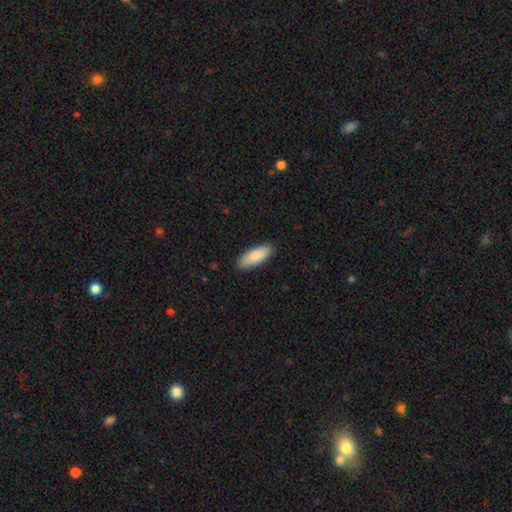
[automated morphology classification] A smooth galaxy with no disk features (89%) that is in between round and cigar-shaped (74%).

Vote fractions:
- Smooth or featured? smooth: 89% / featured or disk: 6% / star or artifact: 5%
- How rounded? in between: 74% / cigar-shaped: 25% / round: 2%
- Merging? none: 88% / minor disturbance: 9% / major disturbance: 2% / merger: 1%